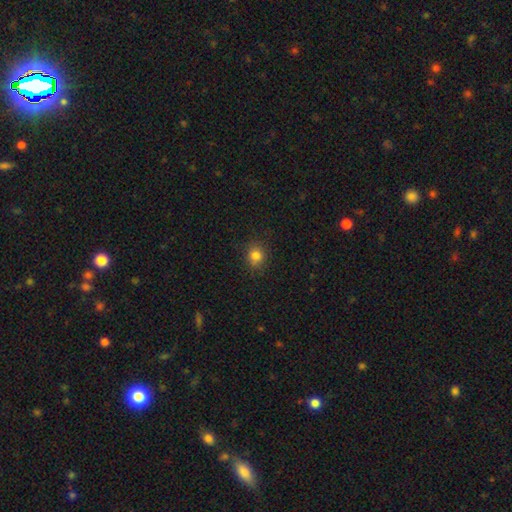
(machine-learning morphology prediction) This is clearly a smooth galaxy (80%). How rounded: likely round (76%). Merging: clearly none (81%).